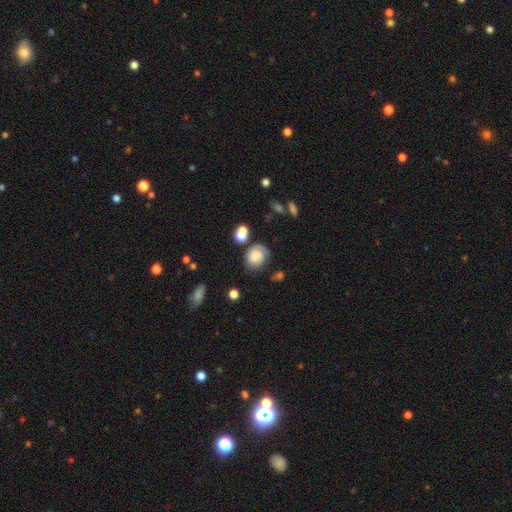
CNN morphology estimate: A smooth galaxy with no disk features (56%) that is round (56%). Merging: none (52%).